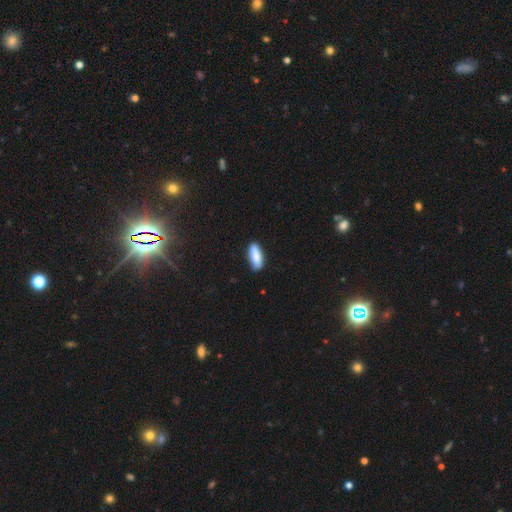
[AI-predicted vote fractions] smooth_or_featured: smooth (p=0.85) [alt: featured or disk p=0.09]
how_rounded: in between (p=0.60) [alt: cigar-shaped p=0.38]
merging: none (p=0.79) [alt: minor disturbance p=0.17]